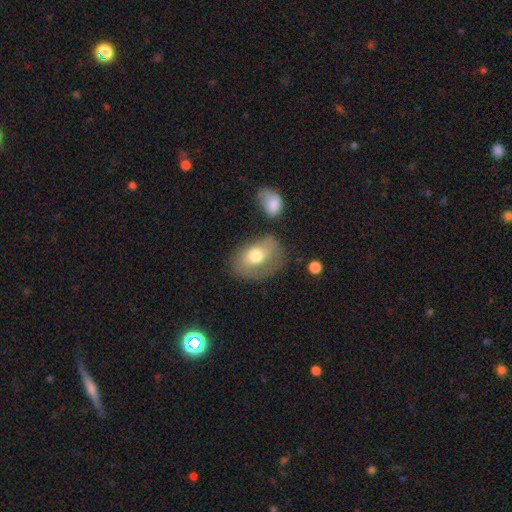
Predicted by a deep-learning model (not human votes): smooth 65%, featured or disk 27%, star or artifact 8%. Down the decision tree: how rounded — in between (77%); merging — none (52%).